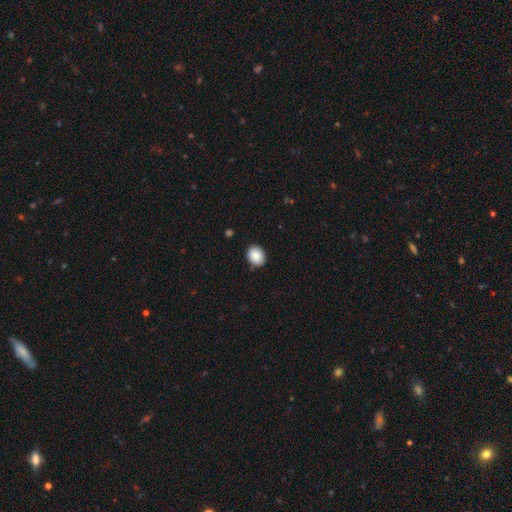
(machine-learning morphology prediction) This appears to be a smooth galaxy with no disk features (87%) that is round (55%). Merging: none (87%).